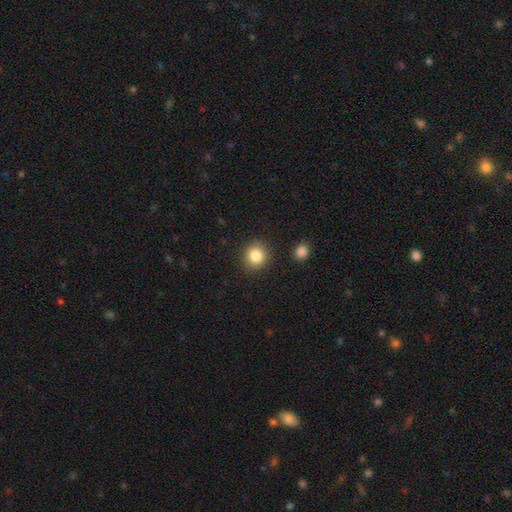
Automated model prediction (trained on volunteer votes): smooth-or-featured: smooth: 84% | star or artifact: 10% | featured or disk: 6%
  how-rounded: round: 82% | in between: 17% | cigar-shaped: 1%
  merging: none: 87% | minor disturbance: 8% | major disturbance: 2% | merger: 2%